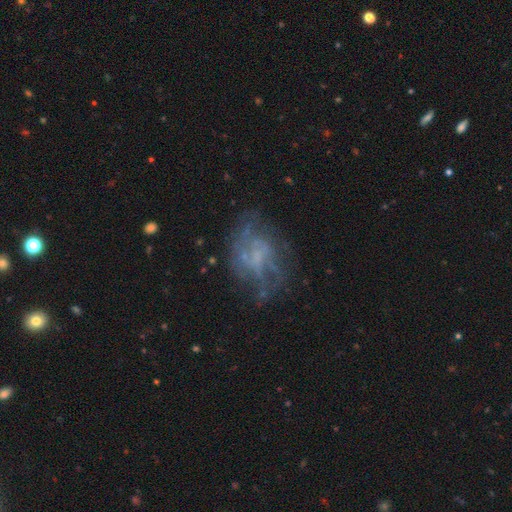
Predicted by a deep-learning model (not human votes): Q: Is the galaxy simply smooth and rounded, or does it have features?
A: featured or disk — 68%.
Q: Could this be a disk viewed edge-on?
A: no — 97%.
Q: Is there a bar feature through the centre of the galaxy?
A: no — 62%.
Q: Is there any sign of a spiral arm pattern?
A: yes — 61%.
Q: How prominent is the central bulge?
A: none — 54%.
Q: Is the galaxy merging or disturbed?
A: none — 55%.